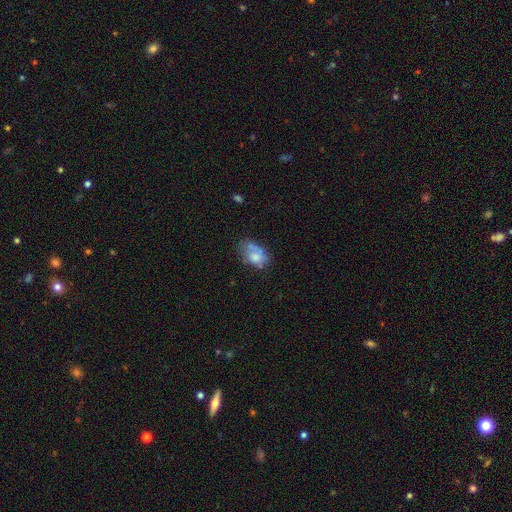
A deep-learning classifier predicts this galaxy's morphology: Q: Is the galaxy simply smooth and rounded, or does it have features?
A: smooth — 56%.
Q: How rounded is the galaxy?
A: in between — 81%.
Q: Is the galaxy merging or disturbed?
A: none — 37%.